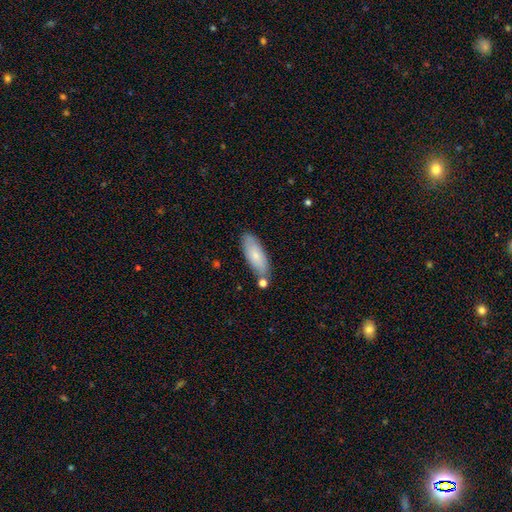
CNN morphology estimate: Smooth or featured: smooth — 75% (featured or disk — 19%)
How rounded: in between — 68% (cigar-shaped — 30%)
Merging: none — 74% (minor disturbance — 15%)